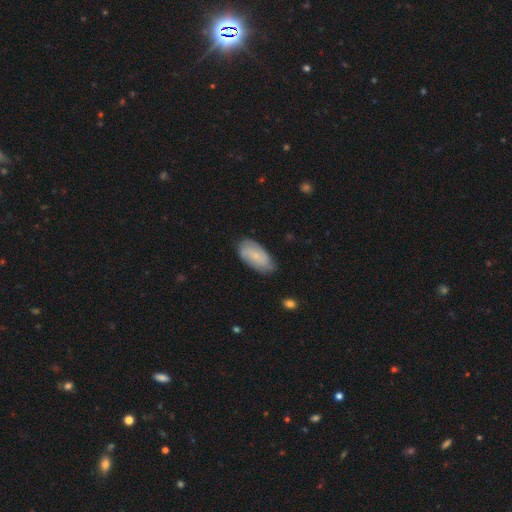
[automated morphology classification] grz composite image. It shows a smooth galaxy with no disk features (54%) that is in between round and cigar-shaped (91%). Merging: none (71%).